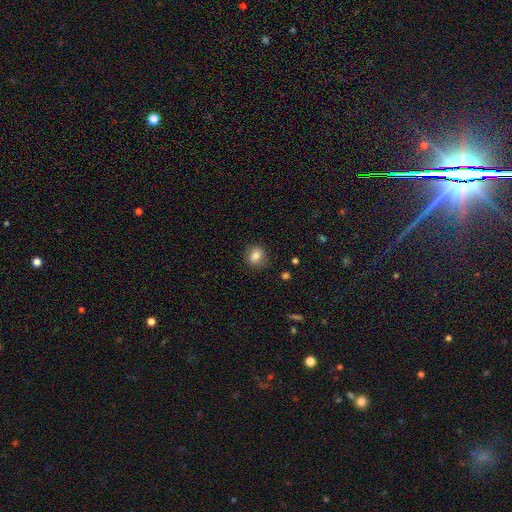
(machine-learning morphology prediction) Q: Smooth or featured?
A: smooth (82%); runner-up: star or artifact (10%)
Q: How rounded?
A: round (69%); runner-up: in between (30%)
Q: Merging?
A: none (84%); runner-up: minor disturbance (12%)